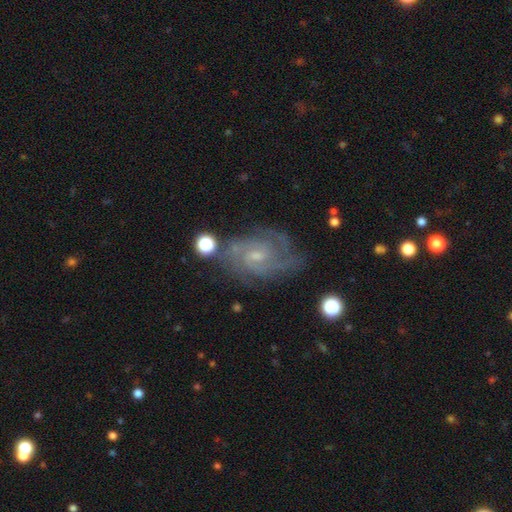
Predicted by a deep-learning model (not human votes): A featured or disk galaxy (83%) with a weak bar (47%), tight (53%) spiral arms (96%) and a small central bulge (66%). Merging: none (69%).